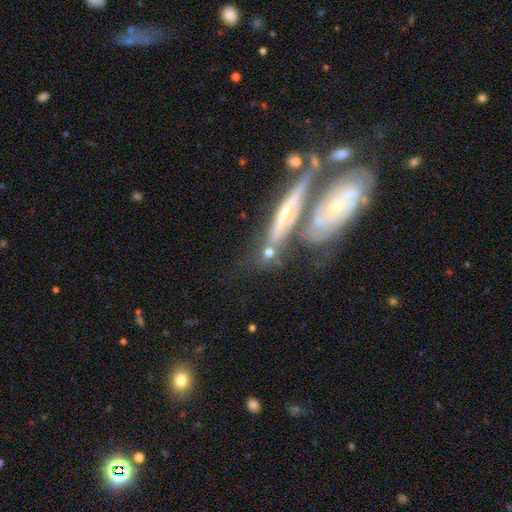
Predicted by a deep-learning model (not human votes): This appears to be a featured or disk galaxy (71%). Merging: none (39%, tied with merger).